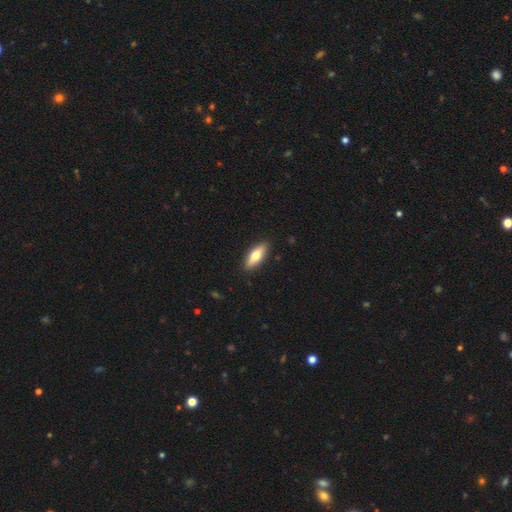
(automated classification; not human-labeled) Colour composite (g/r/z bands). It shows a smooth galaxy with no disk features (62%) that is in between round and cigar-shaped (61%). Merging: none (90%).